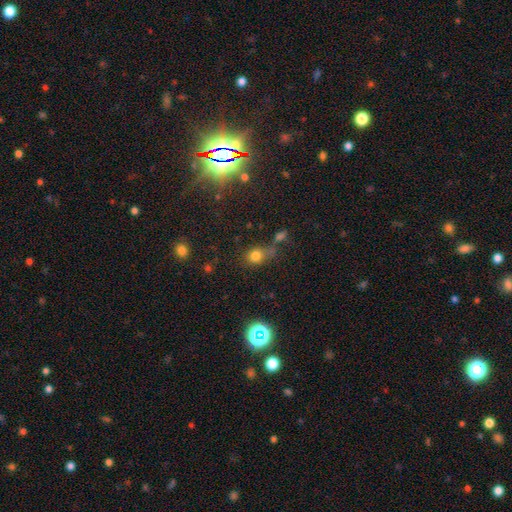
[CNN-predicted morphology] The model was most divided on "merging": none: 55%, merger: 18%, minor disturbance: 17%, major disturbance: 10%. More confident: smooth or featured — smooth (73%); how rounded — round (68%).